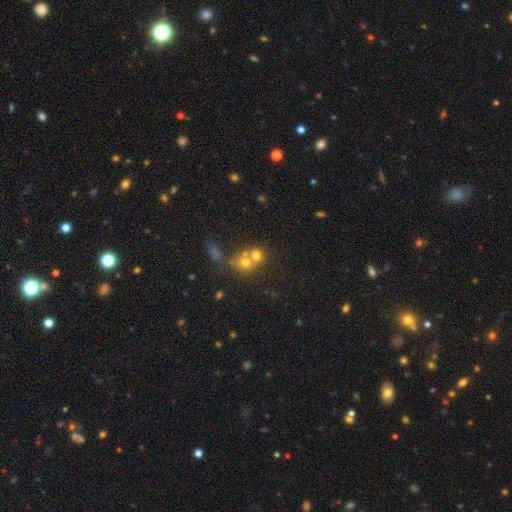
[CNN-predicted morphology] Smooth or featured?
  - smooth: 52% *
  - star or artifact: 31%
  - featured or disk: 17%
How rounded?
  - round: 81% *
  - in between: 18%
  - cigar-shaped: 1%
Merging?
  - merger: 46% *
  - none: 42%
  - minor disturbance: 7%
  - major disturbance: 5%